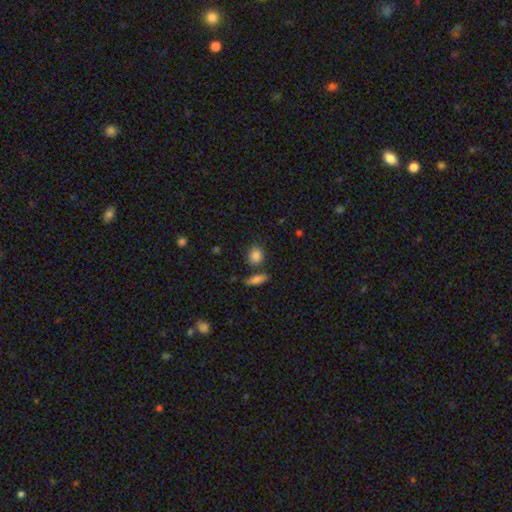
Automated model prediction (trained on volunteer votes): Morphology: type=smooth (85%); roundness=round (67%); merging=none (71%).